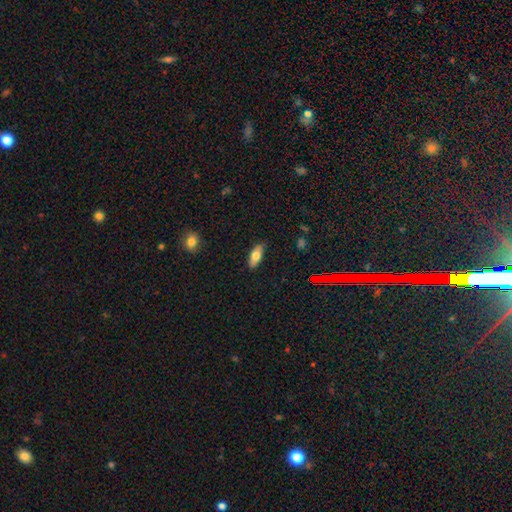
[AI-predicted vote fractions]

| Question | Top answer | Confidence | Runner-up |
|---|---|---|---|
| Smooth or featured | smooth | 71% | featured or disk (22%) |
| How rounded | in between | 78% | cigar-shaped (19%) |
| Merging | none | 85% | minor disturbance (12%) |